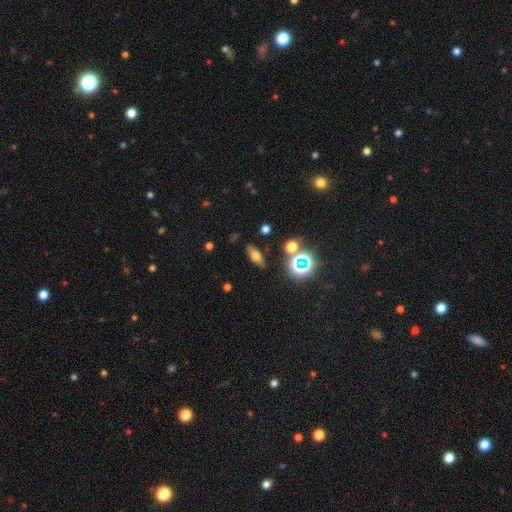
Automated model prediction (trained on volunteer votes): Smooth or featured? Predicted: smooth (p=0.53). How rounded? Predicted: in between (p=0.61). Merging? Predicted: none (p=0.85).